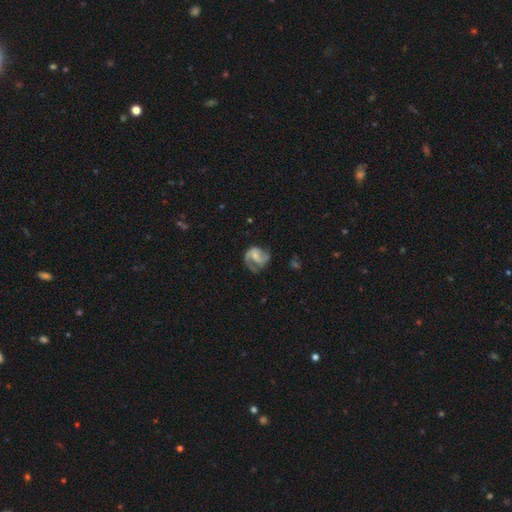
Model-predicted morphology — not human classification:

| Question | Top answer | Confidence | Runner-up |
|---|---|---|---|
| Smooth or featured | featured or disk | 72% | smooth (21%) |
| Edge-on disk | no | 98% | yes (2%) |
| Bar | no | 43% | weak (41%) |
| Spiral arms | yes | 89% | no (11%) |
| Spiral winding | medium | 47% | loose (31%) |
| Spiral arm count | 2 | 66% | 1 (13%) |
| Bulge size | small | 50% | moderate (32%) |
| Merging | none | 51% | major disturbance (24%) |